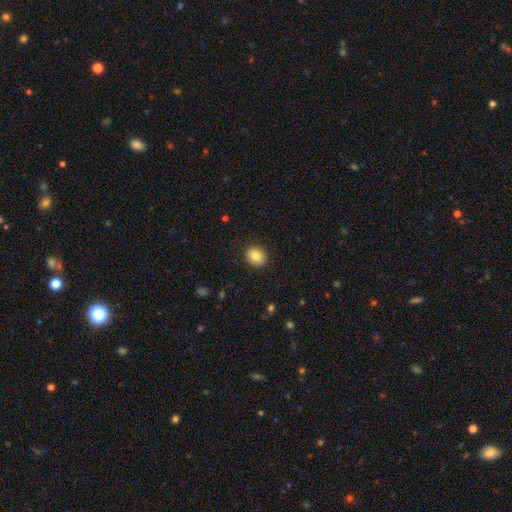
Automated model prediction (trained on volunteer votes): This is clearly a smooth galaxy (85%). How rounded: possibly round (53%). Merging: clearly none (90%).